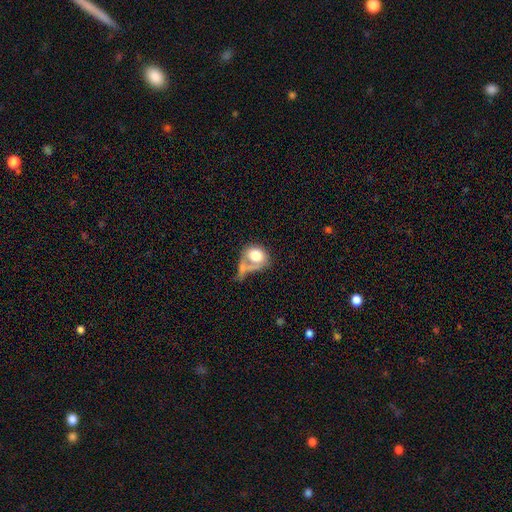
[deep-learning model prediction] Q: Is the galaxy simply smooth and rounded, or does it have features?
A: smooth — 70%.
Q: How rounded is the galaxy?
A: in between — 50%.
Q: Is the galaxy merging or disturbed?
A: merger — 37%.